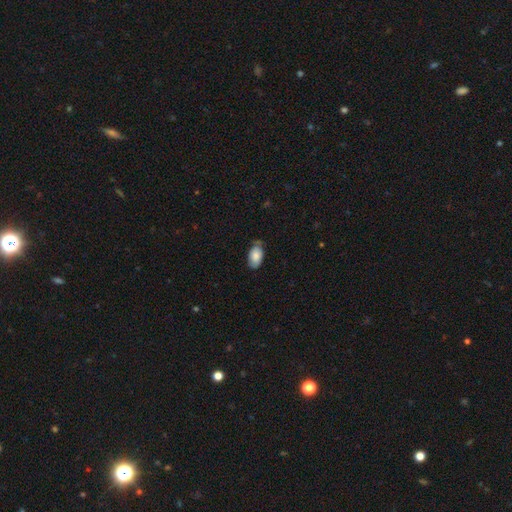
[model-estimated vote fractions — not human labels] Morphology: type=smooth (76%); roundness=in between (93%); merging=none (63%).